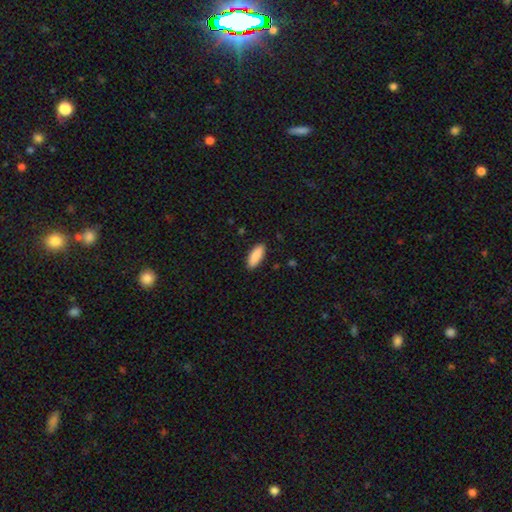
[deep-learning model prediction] smooth 89%, star or artifact 6%, featured or disk 5%. Down the decision tree: how rounded — in between (73%); merging — none (89%).